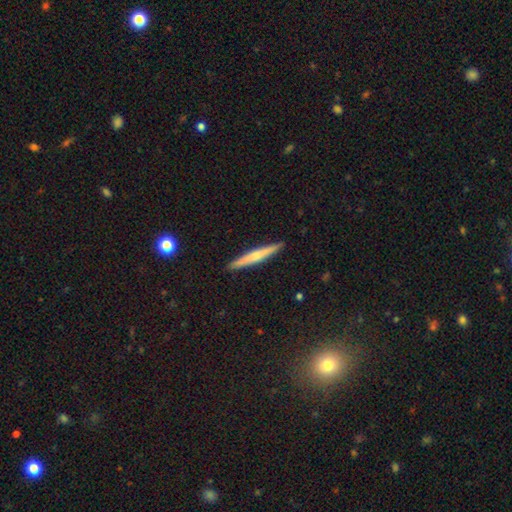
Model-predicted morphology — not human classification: Smooth or featured? smooth (51%)
How rounded? cigar-shaped (96%)
Merging? none (92%)